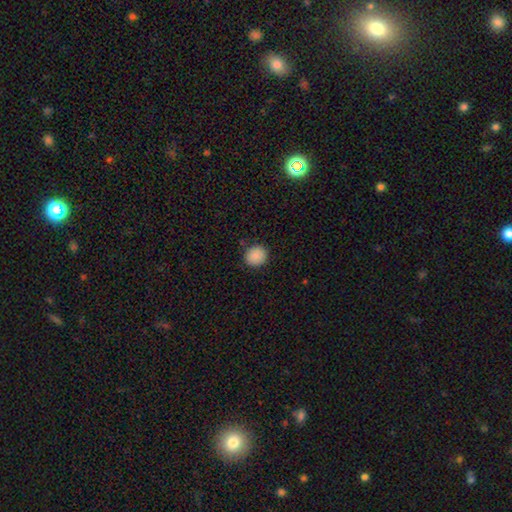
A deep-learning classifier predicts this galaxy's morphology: Smooth or featured?
  - smooth: 89% *
  - star or artifact: 8%
  - featured or disk: 3%
How rounded?
  - round: 85% *
  - in between: 14%
  - cigar-shaped: 1%
Merging?
  - none: 88% *
  - minor disturbance: 8%
  - major disturbance: 2%
  - merger: 1%